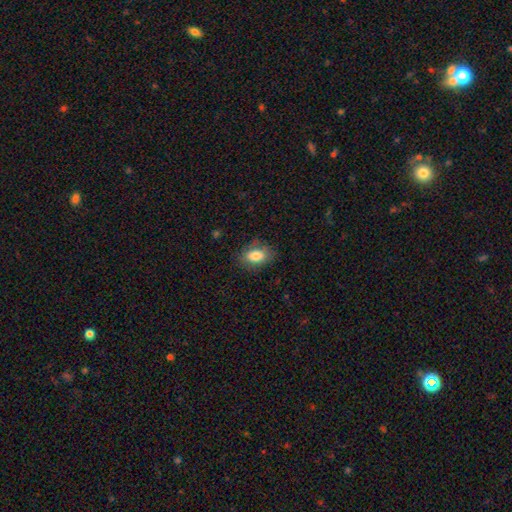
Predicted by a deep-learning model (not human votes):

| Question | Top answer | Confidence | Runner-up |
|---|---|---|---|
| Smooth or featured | smooth | 82% | featured or disk (10%) |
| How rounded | in between | 84% | round (15%) |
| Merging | none | 75% | minor disturbance (18%) |